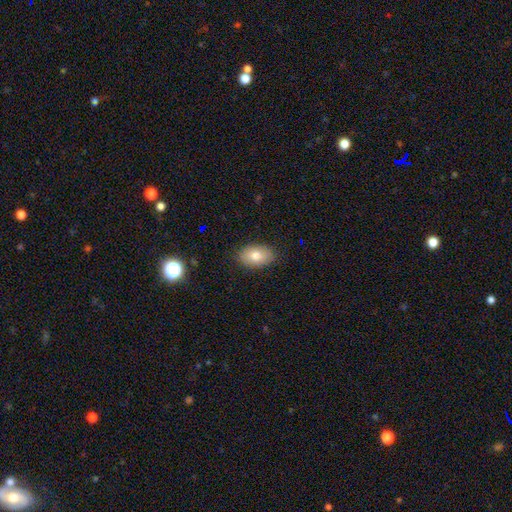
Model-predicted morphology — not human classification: smooth_or_featured: smooth (p=0.77) [alt: featured or disk p=0.14]
how_rounded: in between (p=0.87) [alt: round p=0.11]
merging: none (p=0.86) [alt: minor disturbance p=0.11]